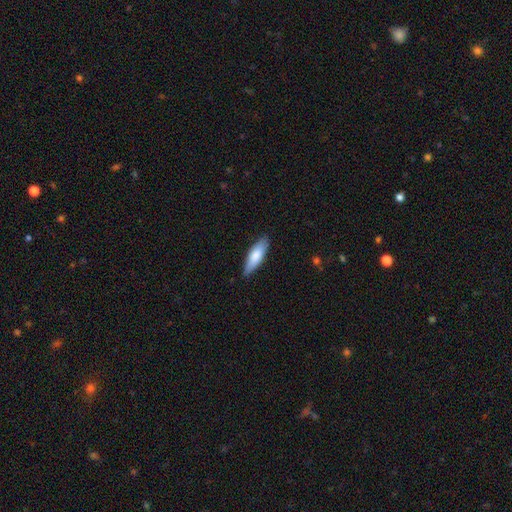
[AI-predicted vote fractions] smooth-or-featured: smooth: 78% | featured or disk: 17% | star or artifact: 5%
  how-rounded: in between: 51% | cigar-shaped: 47% | round: 2%
  merging: none: 84% | minor disturbance: 13% | major disturbance: 2% | merger: 1%